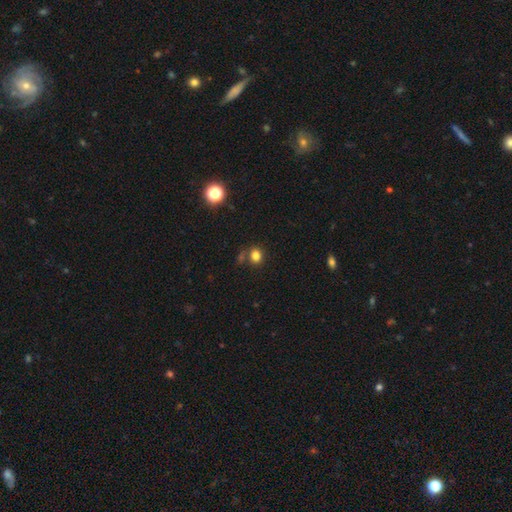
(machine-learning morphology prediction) Q: Smooth or featured?
A: smooth (80%); runner-up: star or artifact (14%)
Q: How rounded?
A: round (64%); runner-up: in between (35%)
Q: Merging?
A: none (71%); runner-up: merger (13%)